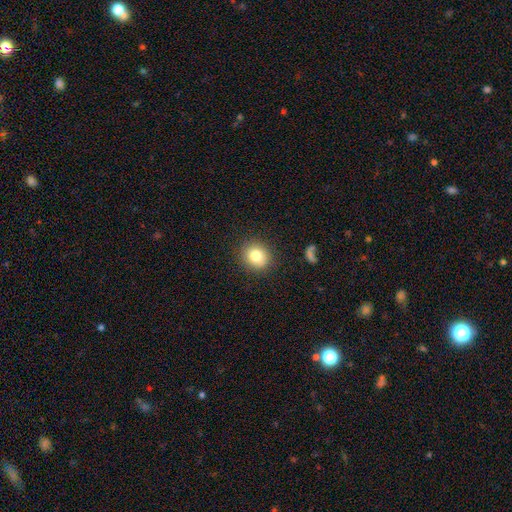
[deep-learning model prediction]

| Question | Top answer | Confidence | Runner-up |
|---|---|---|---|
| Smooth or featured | smooth | 80% | star or artifact (11%) |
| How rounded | round | 79% | in between (20%) |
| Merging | none | 88% | minor disturbance (8%) |